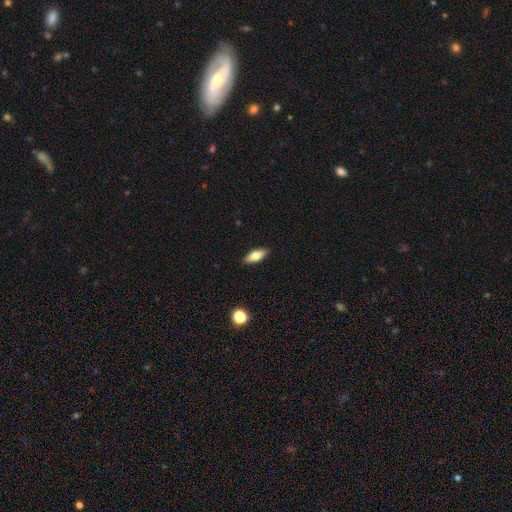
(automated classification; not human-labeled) Smooth or featured?
  - smooth: 67% *
  - featured or disk: 26%
  - star or artifact: 7%
How rounded?
  - in between: 71% *
  - cigar-shaped: 26%
  - round: 3%
Merging?
  - none: 89% *
  - minor disturbance: 9%
  - major disturbance: 2%
  - merger: 1%